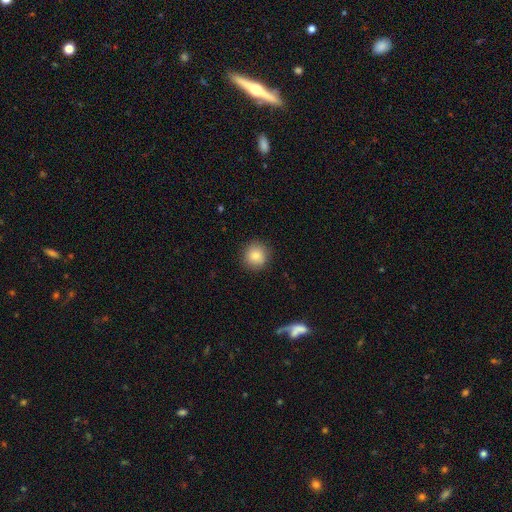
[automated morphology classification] smooth_or_featured: smooth (p=0.84) [alt: star or artifact p=0.09]
how_rounded: round (p=0.92) [alt: in between p=0.07]
merging: none (p=0.90) [alt: minor disturbance p=0.07]